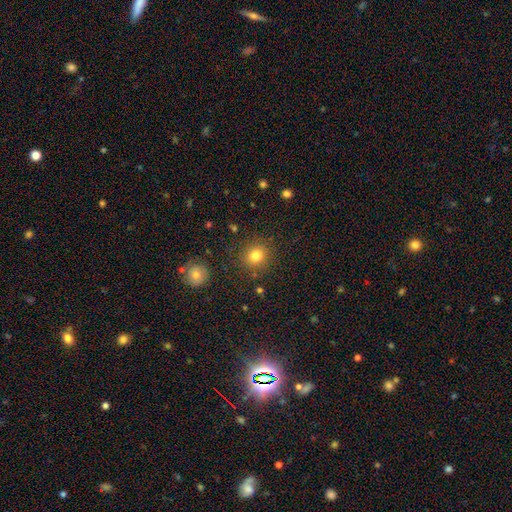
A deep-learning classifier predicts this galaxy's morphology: This appears to be a smooth galaxy with no disk features (81%) that is round (86%). Merging: none (87%).